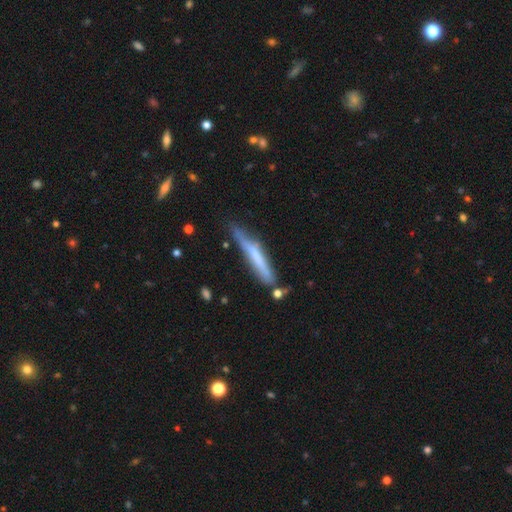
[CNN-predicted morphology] The model was most divided on "smooth or featured": smooth: 52%, featured or disk: 41%, star or artifact: 7%. More confident: how rounded — cigar-shaped (93%); merging — none (59%).